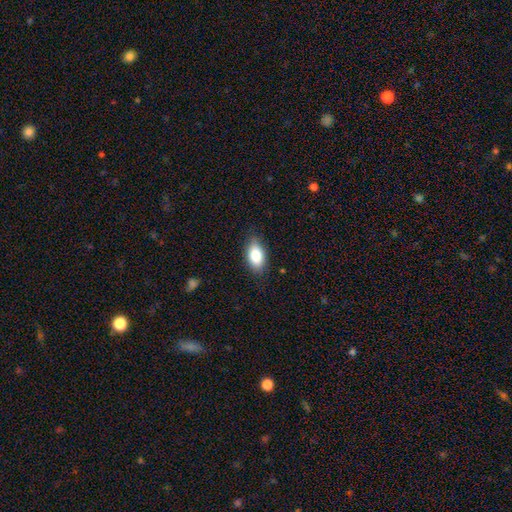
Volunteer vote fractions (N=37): smooth-or-featured: smooth: 78% | featured or disk: 16% | star or artifact: 5%
  how-rounded: in between: 90% | round: 7% | cigar-shaped: 3%
  merging: none: 80% | minor disturbance: 17% | major disturbance: 3% | merger: 0%